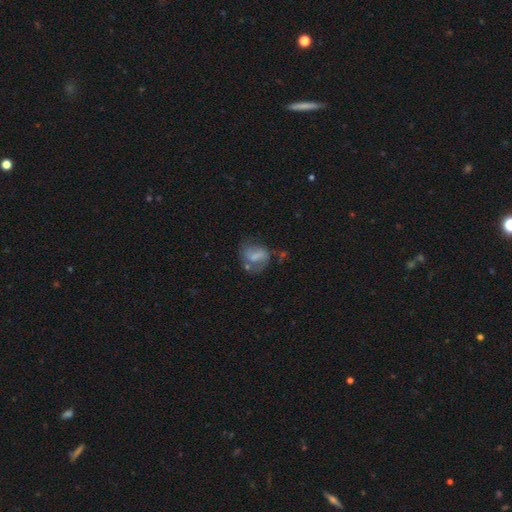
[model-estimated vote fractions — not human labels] smooth_or_featured: smooth (p=0.53) [alt: featured or disk p=0.37]
how_rounded: in between (p=0.51) [alt: round p=0.47]
merging: none (p=0.44) [alt: minor disturbance p=0.27]